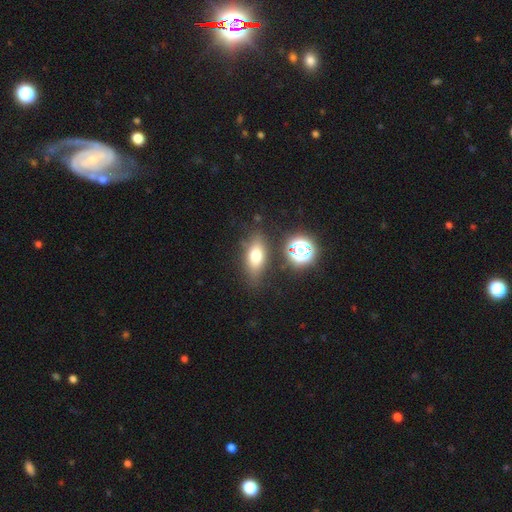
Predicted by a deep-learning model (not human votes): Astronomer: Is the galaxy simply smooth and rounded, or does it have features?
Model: smooth — 66%.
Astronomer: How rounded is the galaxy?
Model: in between — 70%.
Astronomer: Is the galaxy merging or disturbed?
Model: none — 78%.